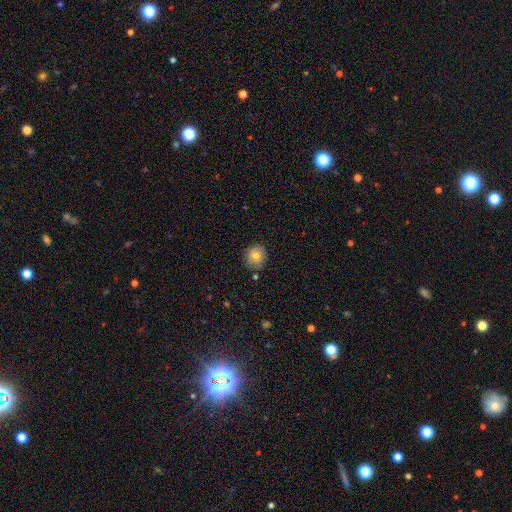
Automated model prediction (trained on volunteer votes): A smooth galaxy with no disk features (78%) that is round (90%). Merging: none (84%).